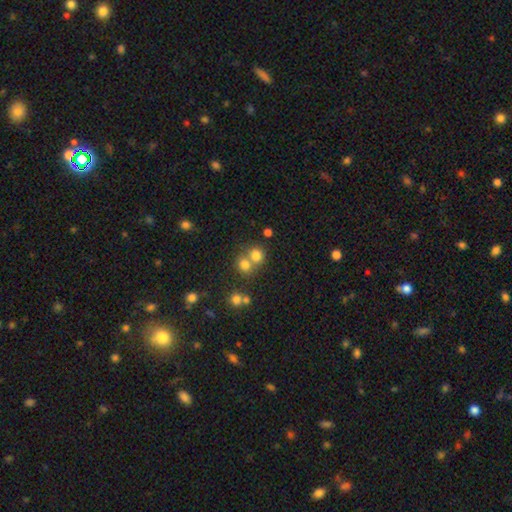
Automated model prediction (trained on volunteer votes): Q: Smooth or featured?
A: smooth (76%); runner-up: star or artifact (14%)
Q: How rounded?
A: round (77%); runner-up: in between (22%)
Q: Merging?
A: merger (46%); runner-up: none (45%)